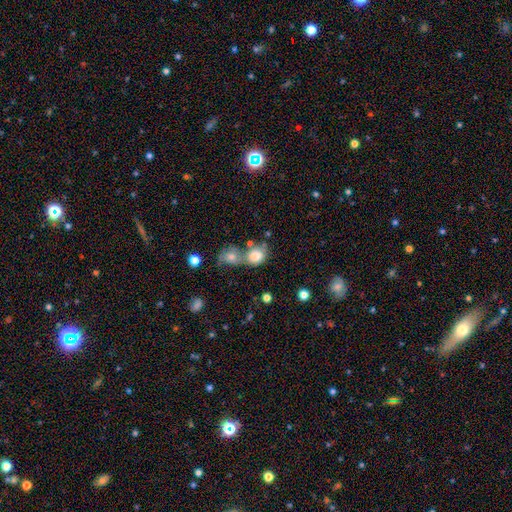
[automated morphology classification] Smooth or featured? smooth (78%)
How rounded? round (59%)
Merging? merger (60%)